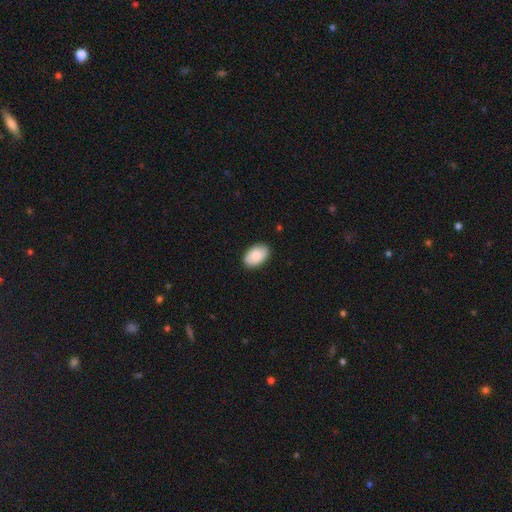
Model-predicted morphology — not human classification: smooth-or-featured: smooth: 85% | featured or disk: 9% | star or artifact: 6%
  how-rounded: in between: 91% | round: 8% | cigar-shaped: 1%
  merging: none: 88% | minor disturbance: 9% | major disturbance: 2% | merger: 1%